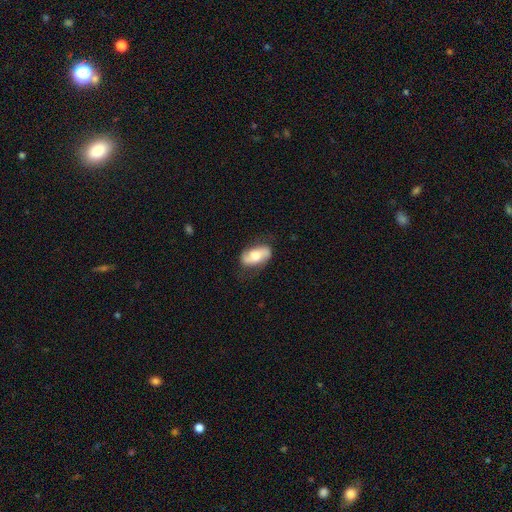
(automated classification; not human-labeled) A smooth galaxy with no disk features (49%). Merging: none (70%).